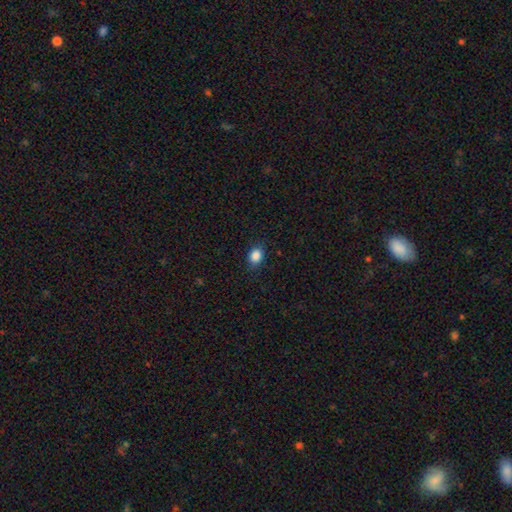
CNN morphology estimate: A smooth galaxy with no disk features (87%) that is in between round and cigar-shaped (62%). Merging: none (85%).